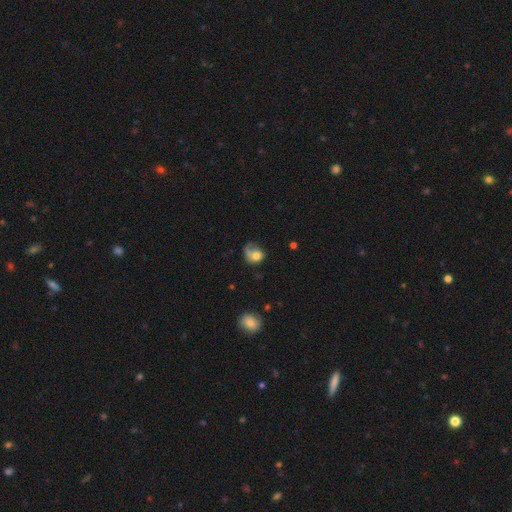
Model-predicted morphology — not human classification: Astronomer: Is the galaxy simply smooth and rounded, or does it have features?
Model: smooth — 65%.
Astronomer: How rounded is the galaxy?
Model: round — 58% (runner-up: in between, 41%).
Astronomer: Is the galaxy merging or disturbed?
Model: major disturbance — 37% (runner-up: none, 31%).